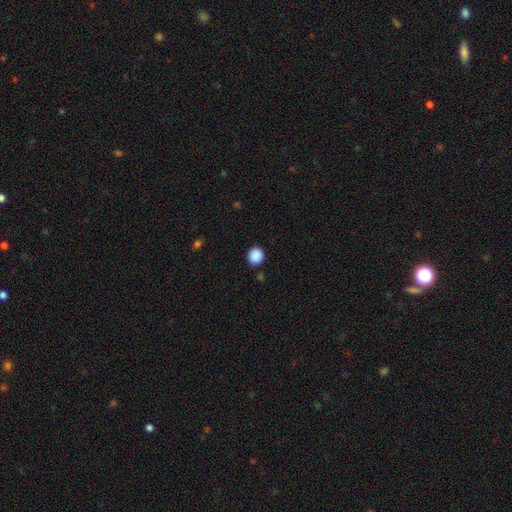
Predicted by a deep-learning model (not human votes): smooth-or-featured: smooth: 89% | star or artifact: 9% | featured or disk: 2%
  how-rounded: round: 88% | in between: 11% | cigar-shaped: 1%
  merging: none: 90% | minor disturbance: 7% | major disturbance: 2% | merger: 2%